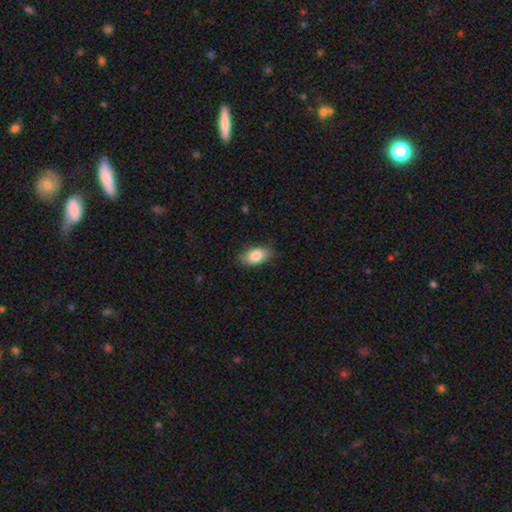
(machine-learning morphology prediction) smooth 84%, featured or disk 9%, star or artifact 7%. Down the decision tree: how rounded — in between (91%); merging — none (84%).